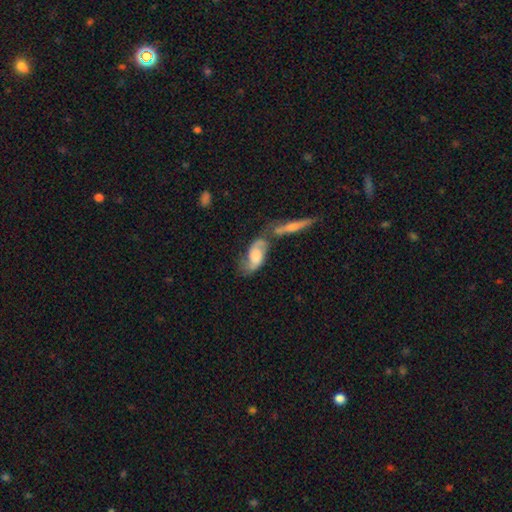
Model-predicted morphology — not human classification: Smooth or featured: featured or disk — 55% (smooth — 38%)
Edge-on disk: no — 87% (yes — 13%)
Merging: none — 39% (merger — 30%)